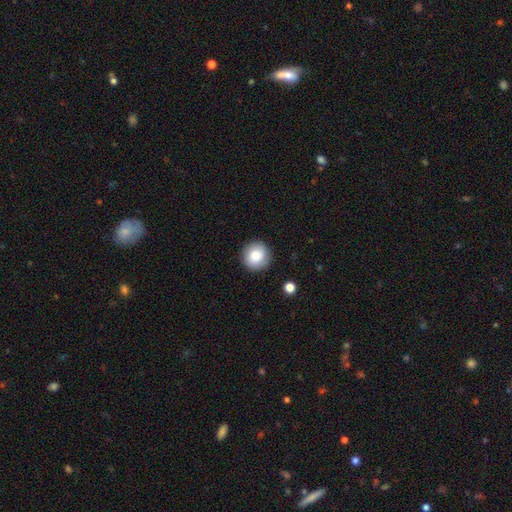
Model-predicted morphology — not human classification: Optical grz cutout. It shows a smooth galaxy with no disk features (84%) that is round (93%). Merging: none (89%).